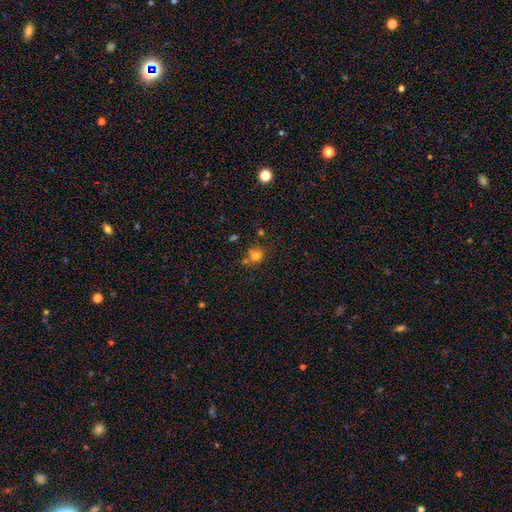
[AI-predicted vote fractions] Morphology: type=smooth (73%); roundness=round (80%); merging=none (60%).